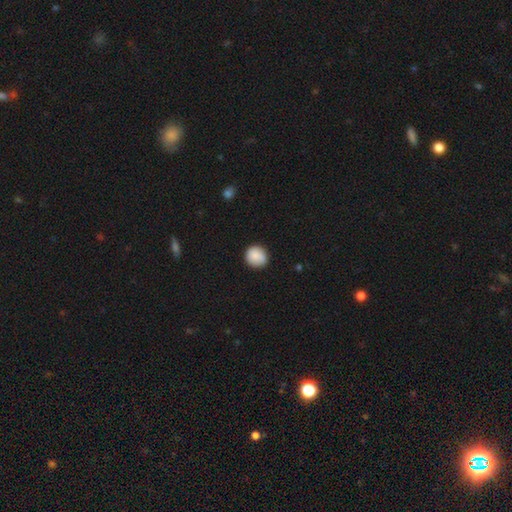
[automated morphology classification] smooth 88%, star or artifact 8%, featured or disk 4%. Down the decision tree: how rounded — round (89%); merging — none (86%).